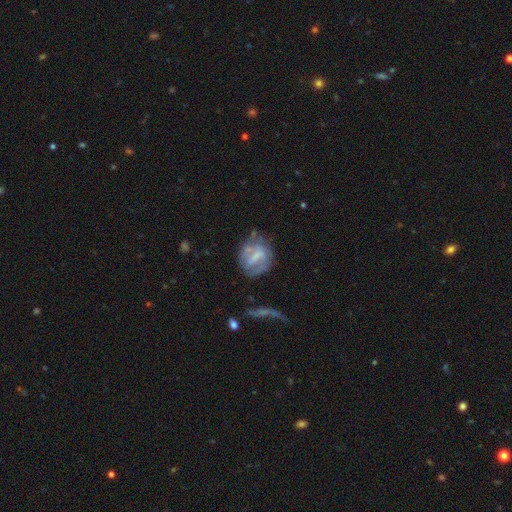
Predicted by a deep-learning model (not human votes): Smooth or featured: featured or disk — 61% (smooth — 31%)
Edge-on disk: no — 96% (yes — 4%)
Bar: weak — 43% (strong — 37%)
Spiral arms: yes — 60% (no — 40%)
Bulge size: none — 43% (small — 27%)
Merging: none — 53% (minor disturbance — 26%)